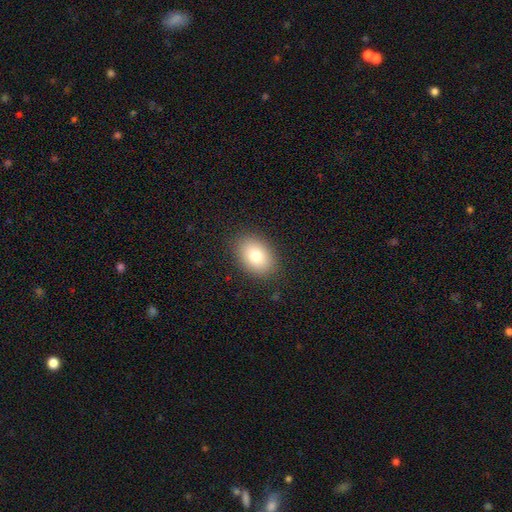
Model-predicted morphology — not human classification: The model was most divided on "how rounded": in between: 82%, round: 17%, cigar-shaped: 1%. More confident: merging — none (88%); smooth or featured — smooth (81%).